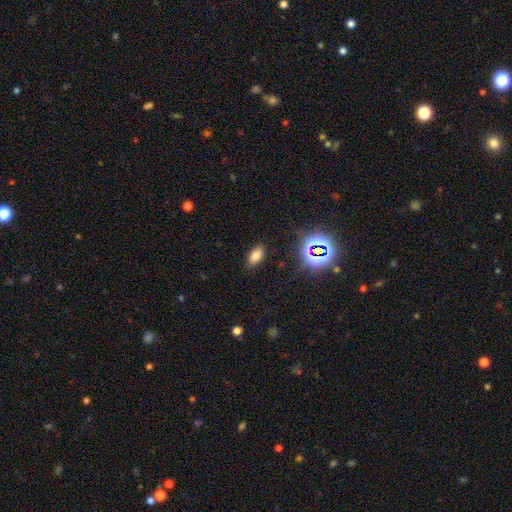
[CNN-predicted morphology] Smooth or featured? smooth (74%)
How rounded? in between (89%)
Merging? none (85%)